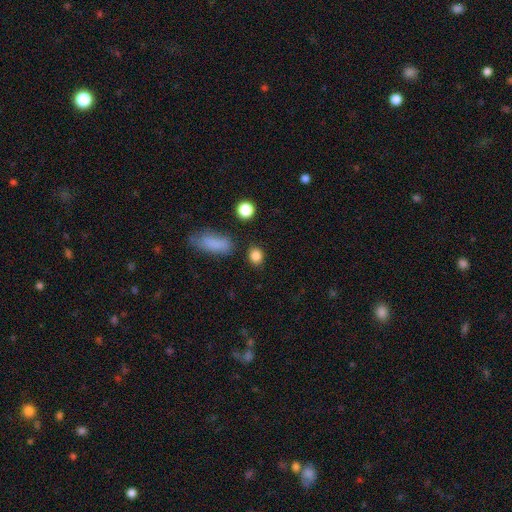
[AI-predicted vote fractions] The model was most divided on "how rounded": in between: 50%, round: 48%, cigar-shaped: 2%. More confident: smooth or featured — smooth (86%); merging — none (83%).